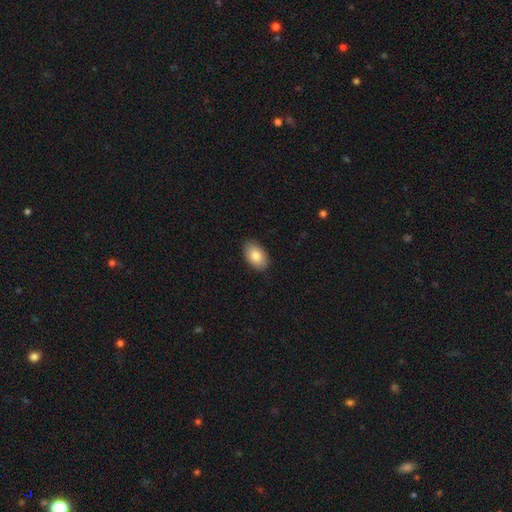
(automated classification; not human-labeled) Smooth or featured? Predicted: smooth (p=0.84). How rounded? Predicted: in between (p=0.93). Merging? Predicted: none (p=0.88).